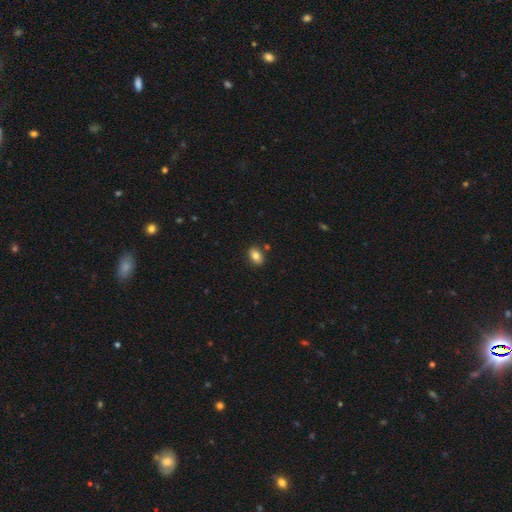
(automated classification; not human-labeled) Smooth or featured?
  - smooth: 81% *
  - featured or disk: 10%
  - star or artifact: 9%
How rounded?
  - in between: 81% *
  - round: 17%
  - cigar-shaped: 2%
Merging?
  - none: 83% *
  - minor disturbance: 10%
  - merger: 5%
  - major disturbance: 2%